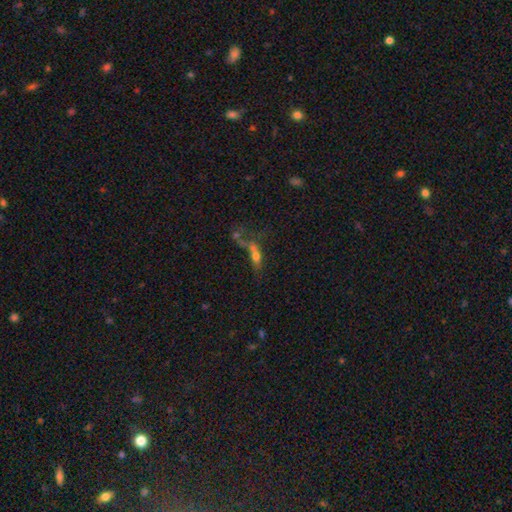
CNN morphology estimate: Q: Smooth or featured?
A: smooth (51%); runner-up: featured or disk (33%)
Q: How rounded?
A: in between (50%); runner-up: cigar-shaped (38%)
Q: Merging?
A: merger (37%); runner-up: none (27%)